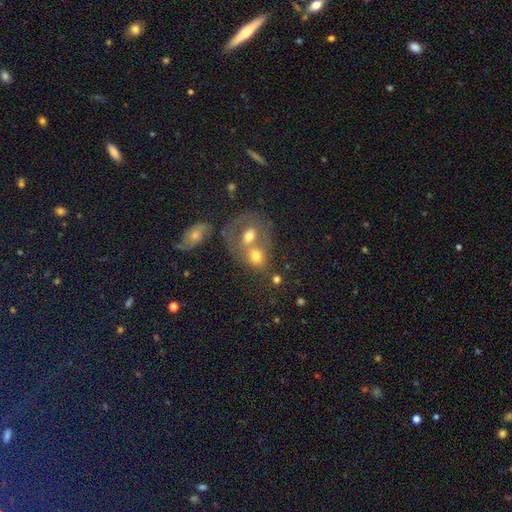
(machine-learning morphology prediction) A smooth galaxy with no disk features (58%) that is round (62%). Merging: merger (63%).